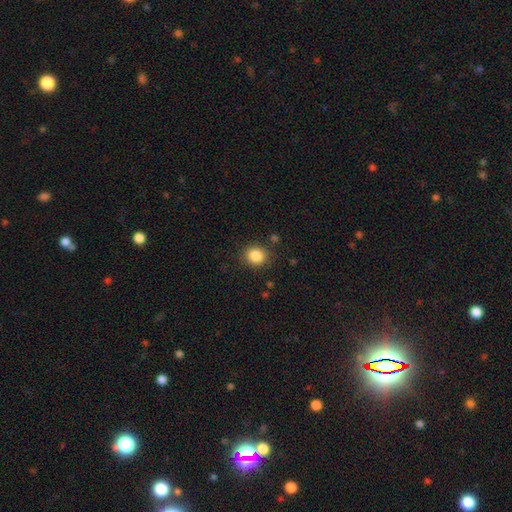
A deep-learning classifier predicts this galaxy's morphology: Smooth or featured? smooth (86%)
How rounded? round (80%)
Merging? none (86%)